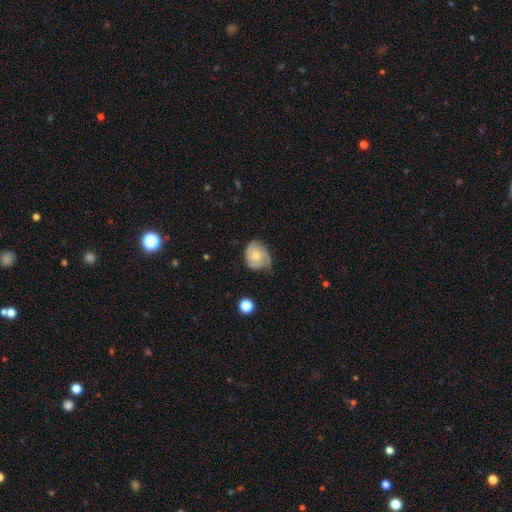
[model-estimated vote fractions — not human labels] Q: Smooth or featured?
A: smooth (49%); runner-up: featured or disk (44%)
Q: Merging?
A: none (49%); runner-up: minor disturbance (38%)